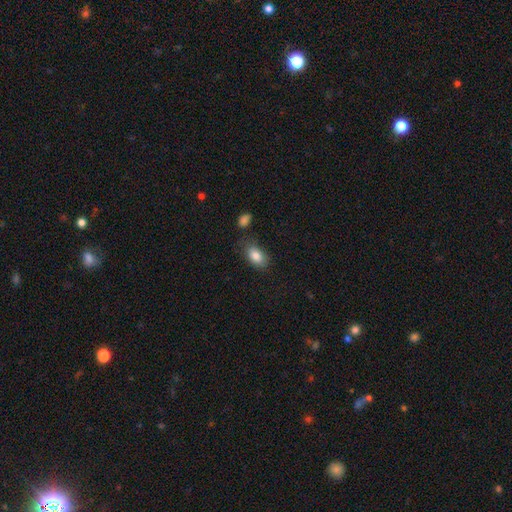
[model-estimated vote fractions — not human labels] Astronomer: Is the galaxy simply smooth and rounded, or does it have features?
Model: smooth — 84%.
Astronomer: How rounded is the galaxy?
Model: in between — 90%.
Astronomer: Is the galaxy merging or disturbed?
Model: none — 71%.